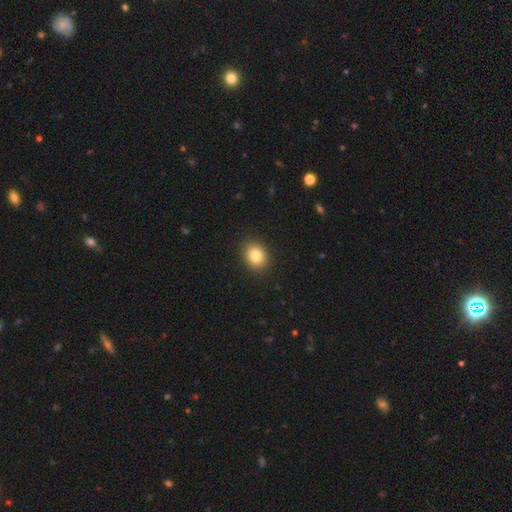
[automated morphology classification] This appears to be a smooth galaxy with no disk features (82%) that is round (57%). Merging: none (91%).